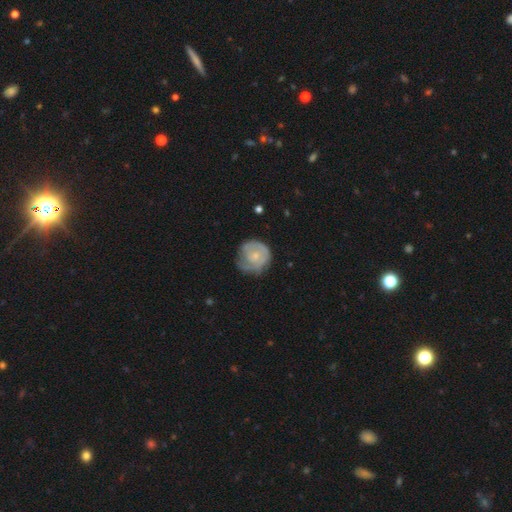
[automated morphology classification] Q: Smooth or featured?
A: featured or disk (65%); runner-up: smooth (30%)
Q: Edge-on disk?
A: no (98%); runner-up: yes (2%)
Q: Bar?
A: no (76%); runner-up: weak (21%)
Q: Spiral arms?
A: yes (82%); runner-up: no (18%)
Q: Spiral winding?
A: tight (64%); runner-up: medium (26%)
Q: Spiral arm count?
A: 2 (33%); runner-up: can't tell (31%)
Q: Bulge size?
A: small (61%); runner-up: moderate (30%)
Q: Merging?
A: none (61%); runner-up: minor disturbance (25%)